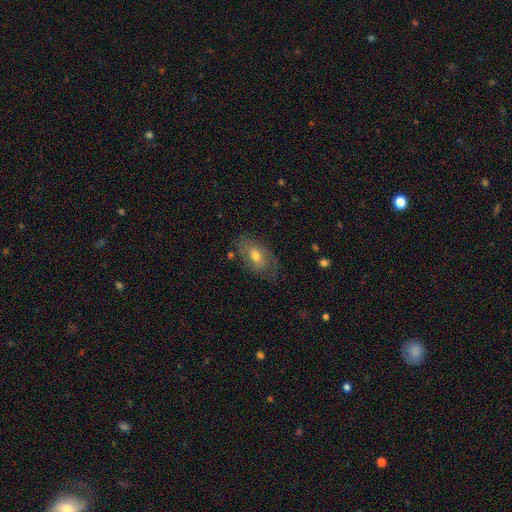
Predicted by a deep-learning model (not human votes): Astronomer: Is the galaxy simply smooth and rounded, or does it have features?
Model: smooth — 50% (runner-up: featured or disk, 42%).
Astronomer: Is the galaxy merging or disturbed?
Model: none — 65%.